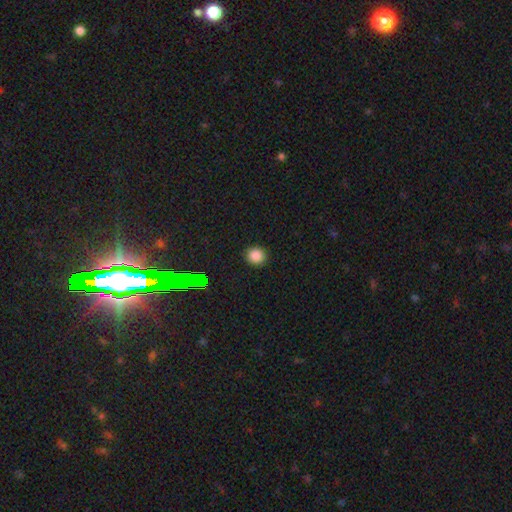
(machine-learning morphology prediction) Q: Smooth or featured?
A: smooth (83%); runner-up: star or artifact (13%)
Q: How rounded?
A: round (92%); runner-up: in between (7%)
Q: Merging?
A: none (91%); runner-up: minor disturbance (6%)